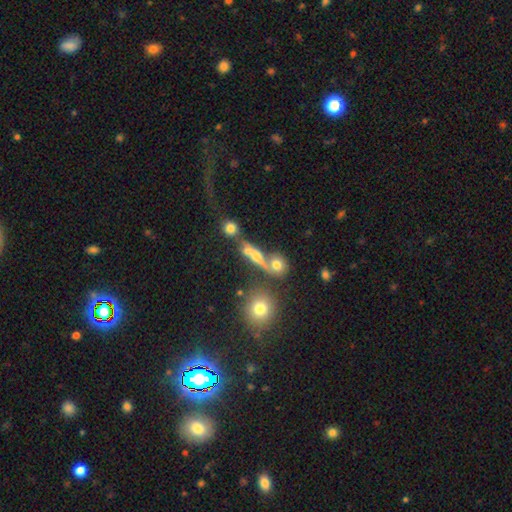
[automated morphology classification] Smooth or featured?
  - smooth: 49% *
  - featured or disk: 32%
  - star or artifact: 19%
Merging?
  - none: 38% * (tied)
  - merger: 38% * (tied)
  - major disturbance: 12%
  - minor disturbance: 12%